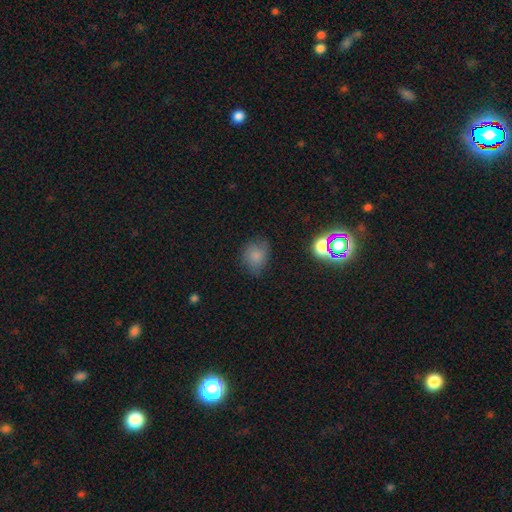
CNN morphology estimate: smooth 75%, star or artifact 14%, featured or disk 11%. Down the decision tree: how rounded — round (58%); merging — none (69%).